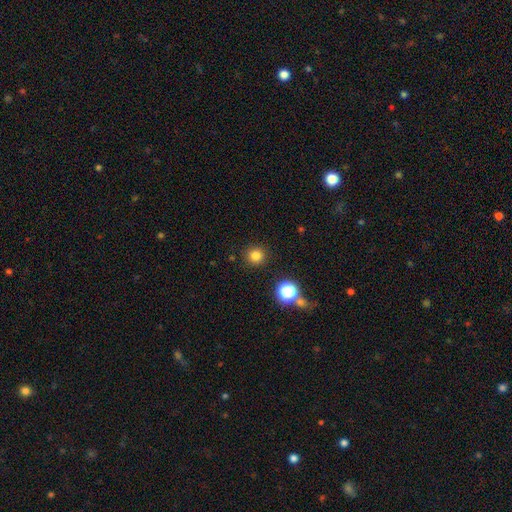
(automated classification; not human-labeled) The model was most divided on "smooth or featured": smooth: 79%, star or artifact: 16%, featured or disk: 5%. More confident: how rounded — round (94%); merging — none (91%).